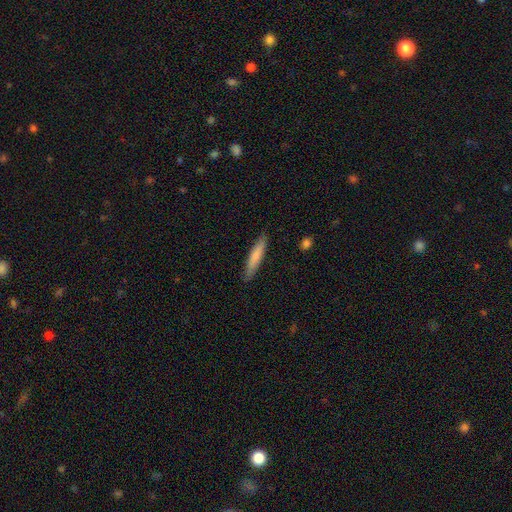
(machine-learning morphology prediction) A smooth galaxy with no disk features (75%) that is cigar-shaped (89%).

Vote fractions:
- Smooth or featured? smooth: 75% / featured or disk: 20% / star or artifact: 5%
- How rounded? cigar-shaped: 89% / in between: 10% / round: 1%
- Merging? none: 88% / minor disturbance: 9% / major disturbance: 2% / merger: 1%